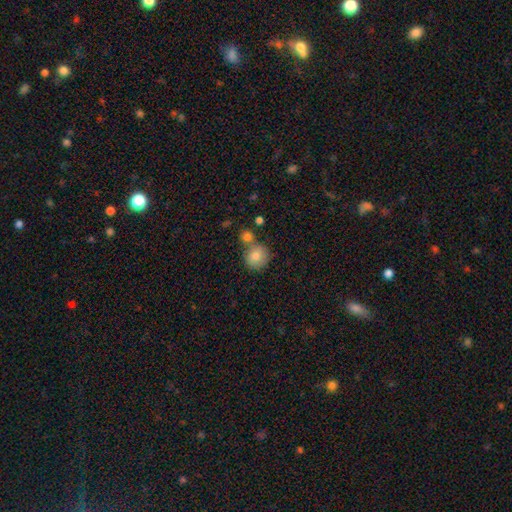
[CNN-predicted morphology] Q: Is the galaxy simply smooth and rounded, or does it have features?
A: smooth — 80%.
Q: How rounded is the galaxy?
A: round — 85%.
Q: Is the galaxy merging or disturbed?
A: none — 58%.